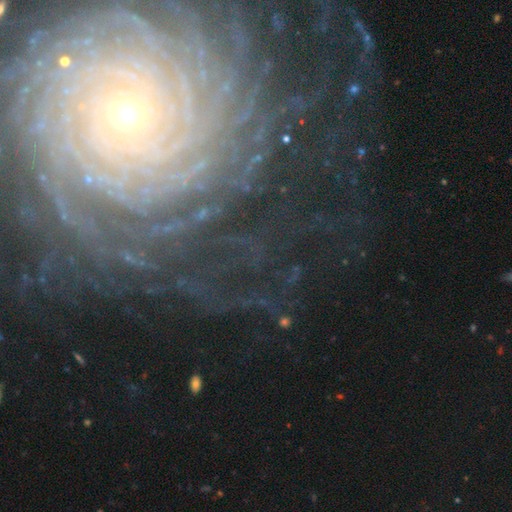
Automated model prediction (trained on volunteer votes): Morphology: type=featured or disk (71%); edge-on=no (95%); bar=no (54%); spiral arms=yes (96%); winding=tight (80%); arm count=more than 4 (35%); bulge=small (78%); merging=none (78%).